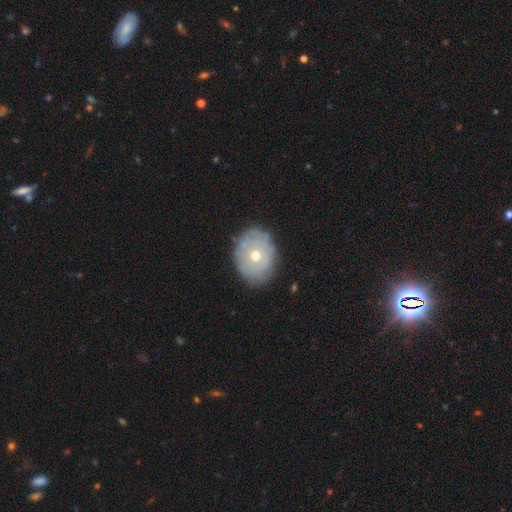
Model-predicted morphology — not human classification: featured or disk 46% (tied), smooth 46% (tied), star or artifact 7%. Down the decision tree: merging — none (80%).